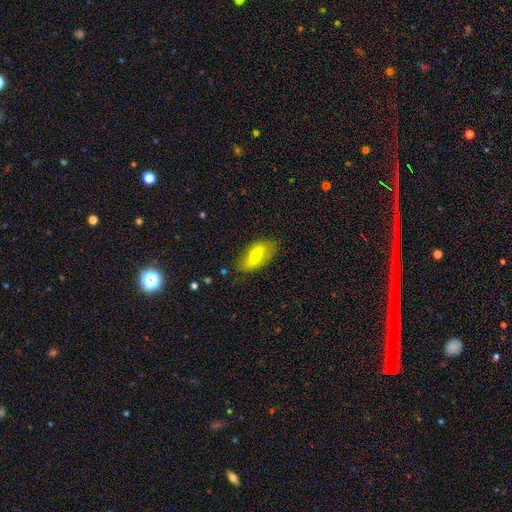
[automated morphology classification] Smooth or featured? smooth (61%)
How rounded? in between (80%)
Merging? none (73%)